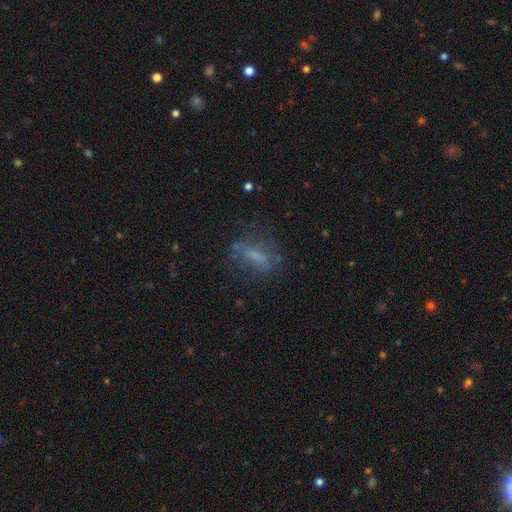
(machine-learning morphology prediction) The model was most divided on "smooth or featured": smooth: 50%, featured or disk: 35%, star or artifact: 16%. More confident: merging — none (62%).